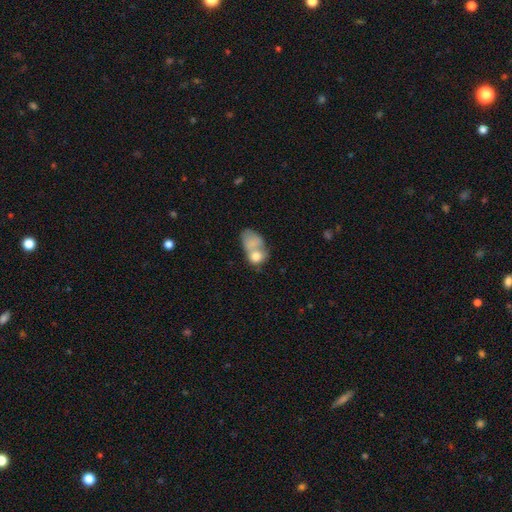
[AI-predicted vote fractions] This is likely a smooth galaxy (74%). How rounded: likely in between (64%). Merging: possibly merger (59%).